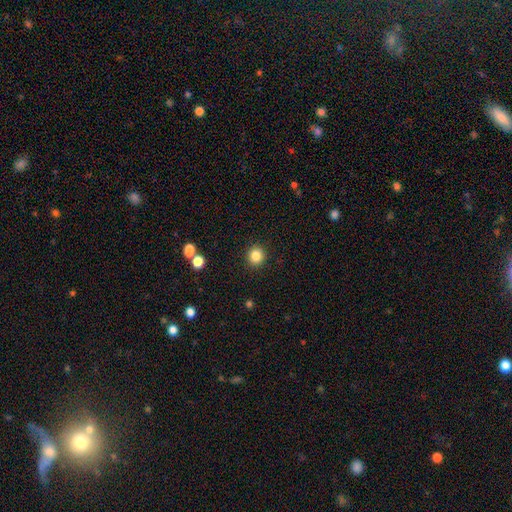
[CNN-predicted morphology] This appears to be a smooth galaxy with no disk features (84%) that is round (89%). Merging: none (91%).